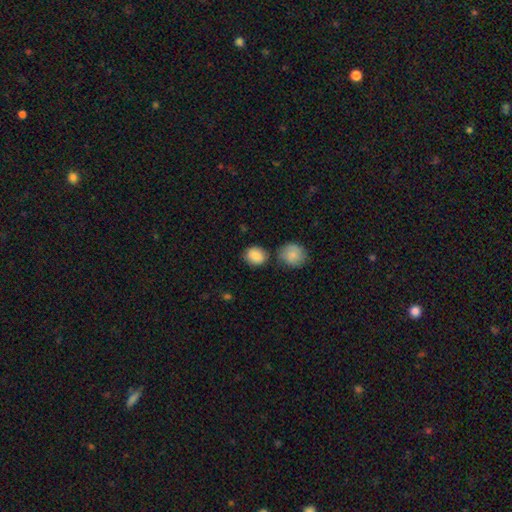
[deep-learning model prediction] This is clearly a smooth galaxy (87%). How rounded: possibly round (56%). Merging: likely none (68%).